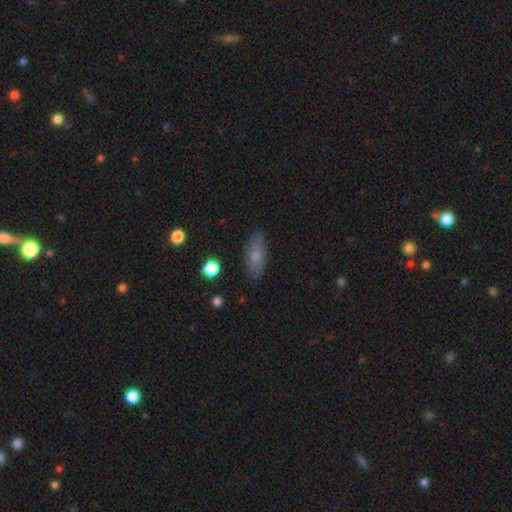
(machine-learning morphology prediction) Smooth or featured?
  - smooth: 76% *
  - featured or disk: 16%
  - star or artifact: 8%
How rounded?
  - in between: 83% *
  - cigar-shaped: 14%
  - round: 4%
Merging?
  - none: 83% *
  - minor disturbance: 12%
  - major disturbance: 3%
  - merger: 1%